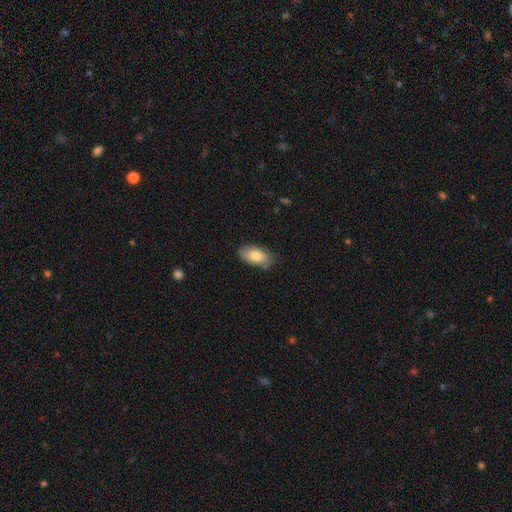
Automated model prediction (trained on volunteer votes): A smooth galaxy with no disk features (82%) that is in between round and cigar-shaped (94%).

Vote fractions:
- Smooth or featured? smooth: 82% / featured or disk: 11% / star or artifact: 6%
- How rounded? in between: 94% / round: 4% / cigar-shaped: 3%
- Merging? none: 81% / minor disturbance: 15% / major disturbance: 3% / merger: 2%